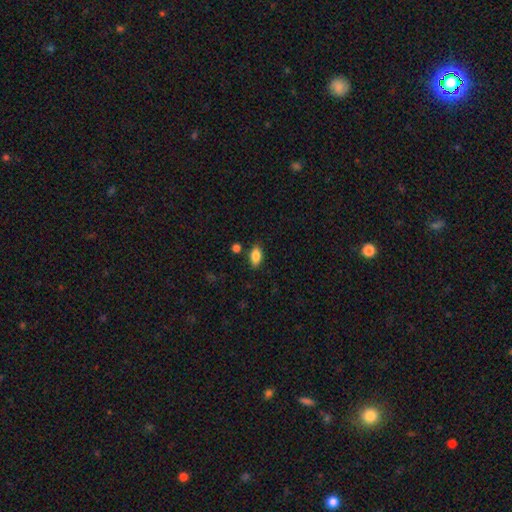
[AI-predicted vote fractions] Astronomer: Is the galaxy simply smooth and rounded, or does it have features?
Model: smooth — 84%.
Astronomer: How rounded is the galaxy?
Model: in between — 90%.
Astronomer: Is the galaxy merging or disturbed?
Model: none — 84%.